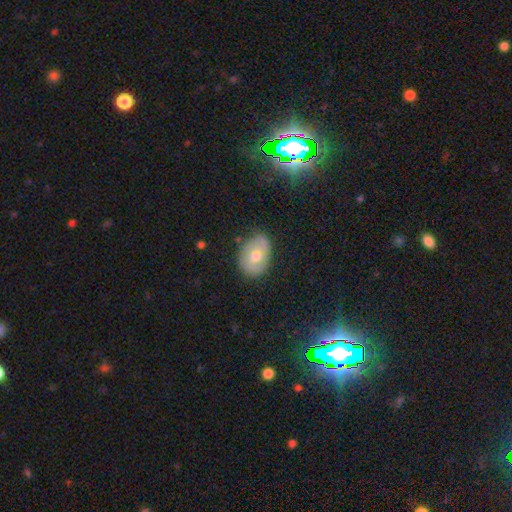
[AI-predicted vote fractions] The model was most divided on "smooth or featured": smooth: 63%, featured or disk: 30%, star or artifact: 7%. More confident: merging — none (76%); how rounded — in between (76%).